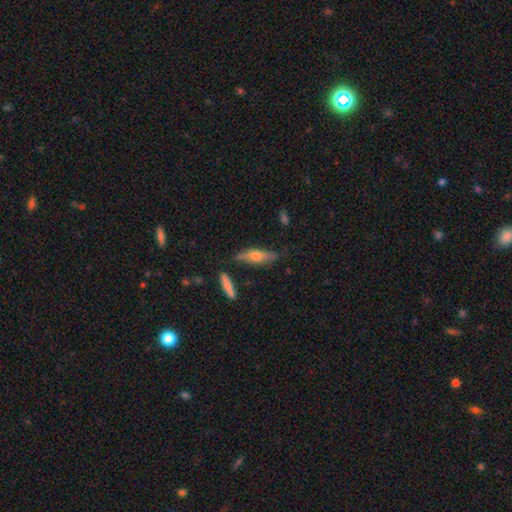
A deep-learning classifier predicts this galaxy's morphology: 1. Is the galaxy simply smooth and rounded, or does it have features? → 48% smooth, 45% featured or disk, 8% star or artifact.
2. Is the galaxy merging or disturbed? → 70% none, 20% minor disturbance, 6% major disturbance, 5% merger.